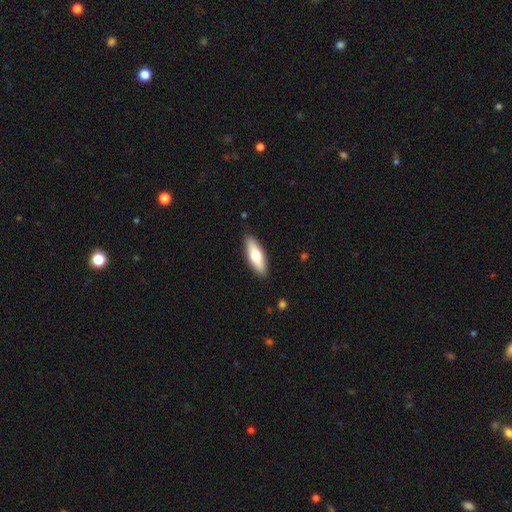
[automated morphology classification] type=smooth (66%); roundness=in between (57%); merging=none (89%).